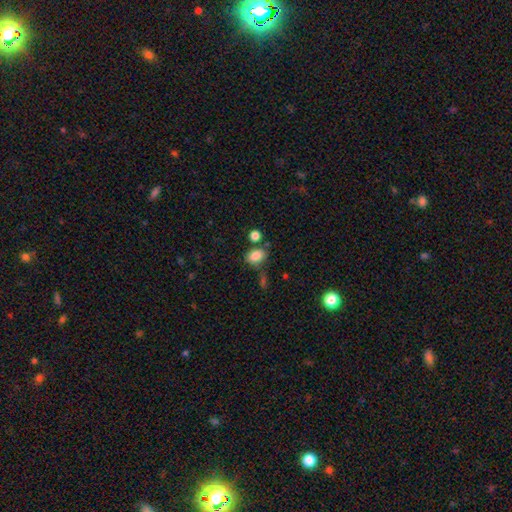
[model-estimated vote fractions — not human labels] Smooth or featured: smooth — 84% (star or artifact — 10%)
How rounded: in between — 71% (round — 28%)
Merging: none — 65% (minor disturbance — 15%)